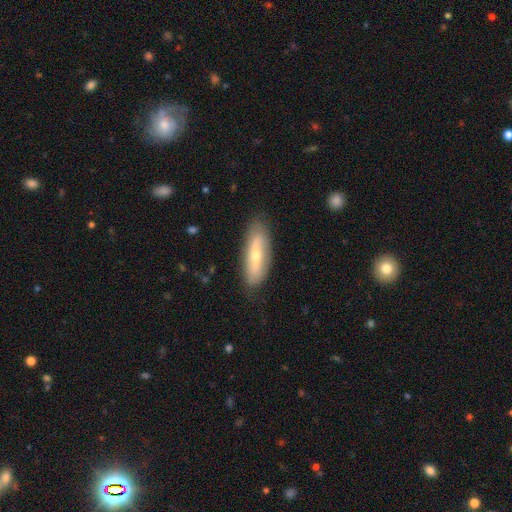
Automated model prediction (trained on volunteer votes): Overall: featured or disk (52%; smooth 42%). Edge-on disk: no (67%; yes 33%). Merging: none (82%).